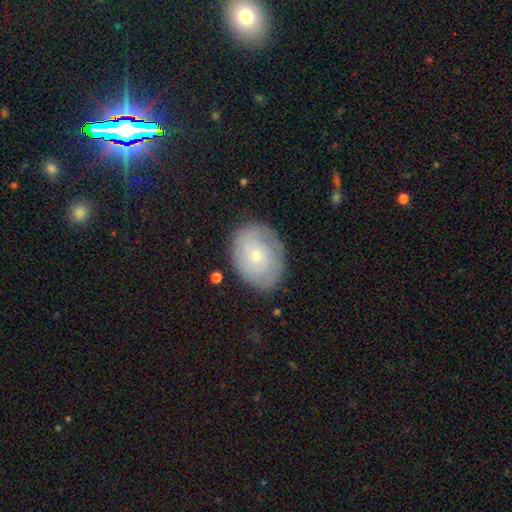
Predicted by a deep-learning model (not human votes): Smooth or featured?
  - featured or disk: 49% *
  - smooth: 44%
  - star or artifact: 8%
Merging?
  - none: 79% *
  - minor disturbance: 16%
  - major disturbance: 4%
  - merger: 1%